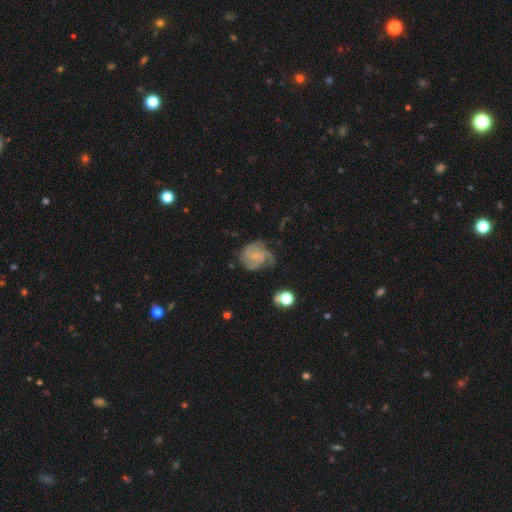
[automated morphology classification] type=featured or disk (79%); edge-on=no (98%); bar=no (66%); spiral arms=yes (95%); winding=tight (46%); arm count=3 (48%); bulge=small (67%); merging=none (54%).